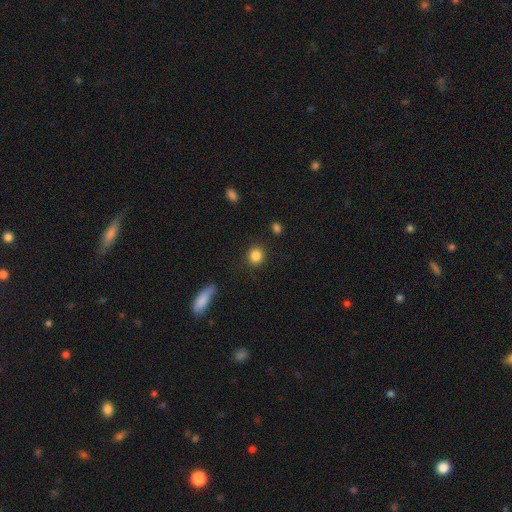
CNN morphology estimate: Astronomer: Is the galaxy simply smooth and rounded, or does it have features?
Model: smooth — 86%.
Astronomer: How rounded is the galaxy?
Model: round — 82%.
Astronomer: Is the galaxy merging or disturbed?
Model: none — 87%.